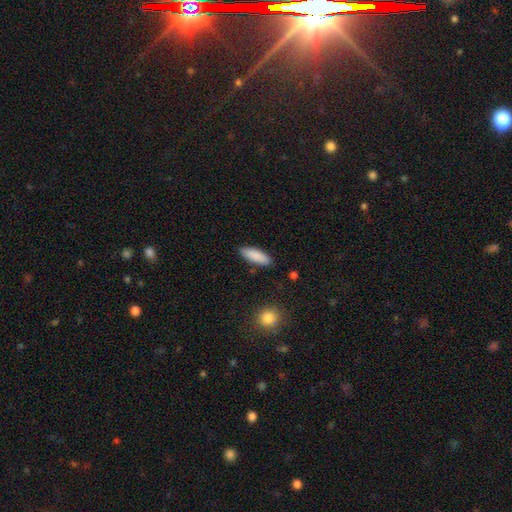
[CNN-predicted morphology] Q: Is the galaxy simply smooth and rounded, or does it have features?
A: smooth — 88%.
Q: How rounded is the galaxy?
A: in between — 62%.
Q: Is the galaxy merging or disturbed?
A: none — 88%.